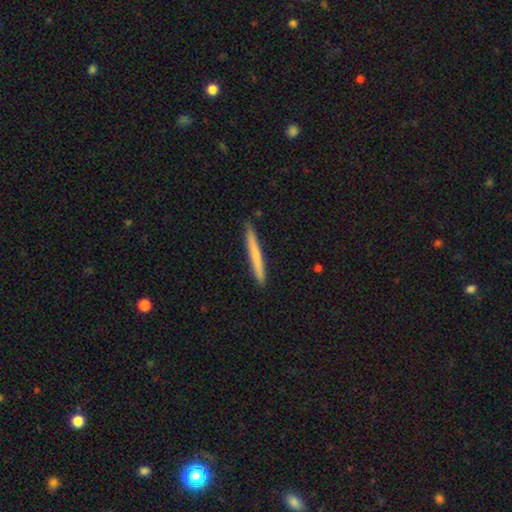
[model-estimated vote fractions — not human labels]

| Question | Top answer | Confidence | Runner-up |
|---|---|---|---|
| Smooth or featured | smooth | 68% | featured or disk (27%) |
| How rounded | cigar-shaped | 97% | in between (2%) |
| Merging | none | 91% | minor disturbance (7%) |